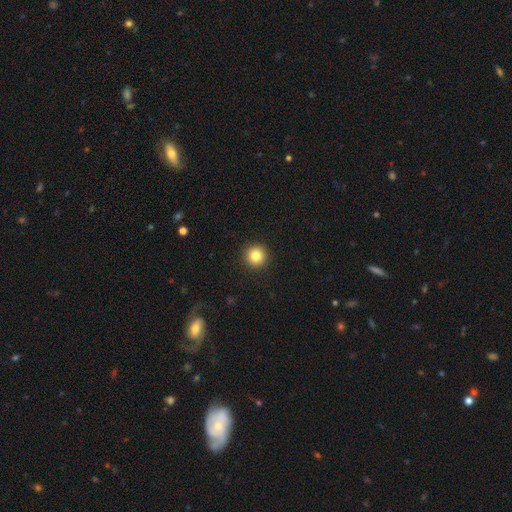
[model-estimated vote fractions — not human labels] Smooth or featured: smooth — 84% (star or artifact — 10%)
How rounded: round — 95% (in between — 4%)
Merging: none — 92% (minor disturbance — 5%)